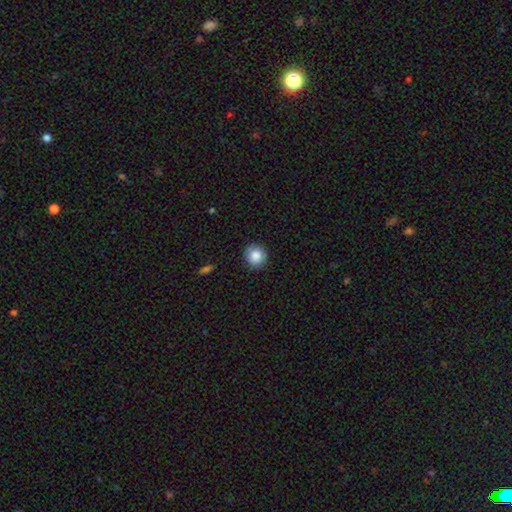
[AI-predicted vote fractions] A smooth galaxy with no disk features (86%) that is round (90%). Merging: none (89%).